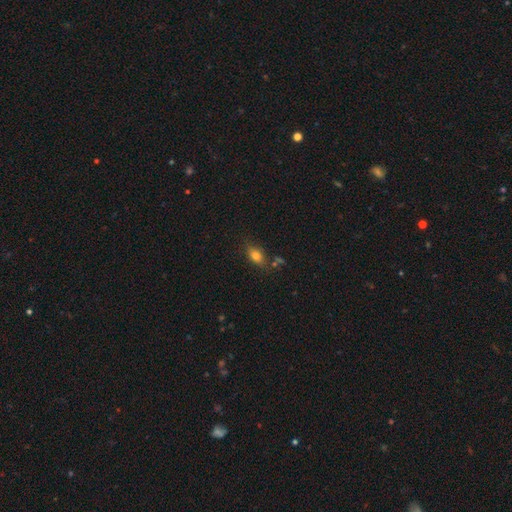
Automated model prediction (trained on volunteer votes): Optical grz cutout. It shows a smooth galaxy with no disk features (79%) that is in between round and cigar-shaped (80%). Merging: none (71%).